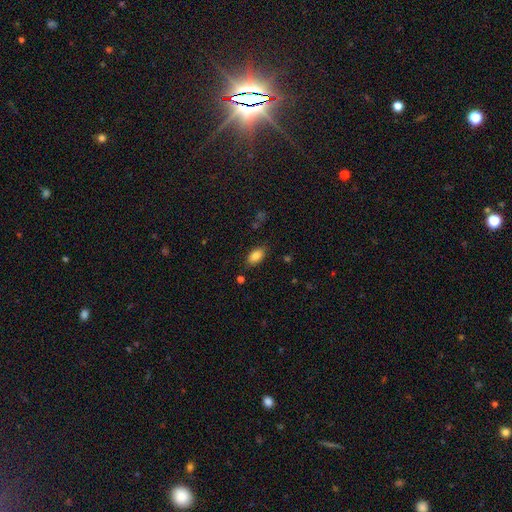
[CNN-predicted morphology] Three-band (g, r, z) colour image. It shows a smooth galaxy with no disk features (84%) that is in between round and cigar-shaped (91%). Merging: none (83%).